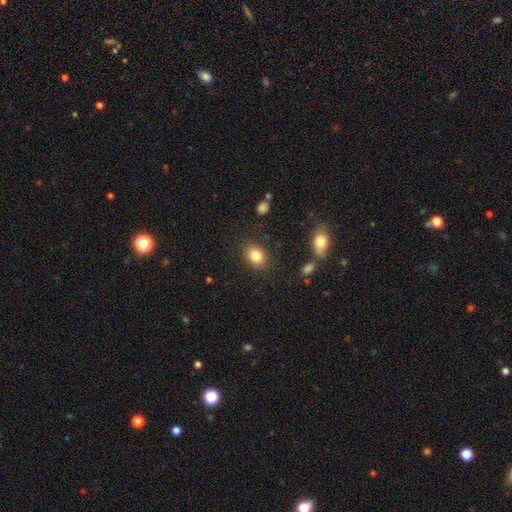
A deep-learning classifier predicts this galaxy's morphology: smooth-or-featured: smooth: 83% | star or artifact: 9% | featured or disk: 8%
  how-rounded: in between: 65% | round: 34% | cigar-shaped: 1%
  merging: none: 84% | minor disturbance: 11% | major disturbance: 3% | merger: 2%